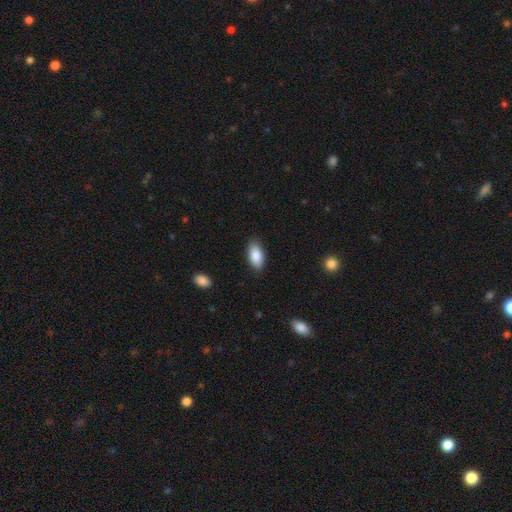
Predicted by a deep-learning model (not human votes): Smooth or featured? Predicted: smooth (p=0.86). How rounded? Predicted: in between (p=0.91). Merging? Predicted: none (p=0.87).